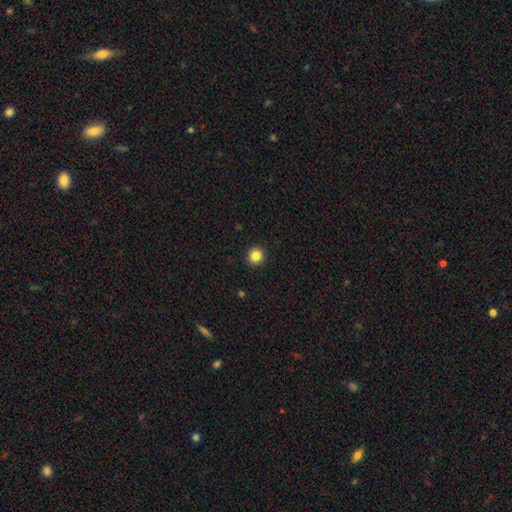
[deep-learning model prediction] Q: Smooth or featured?
A: smooth (85%); runner-up: star or artifact (11%)
Q: How rounded?
A: round (95%); runner-up: in between (4%)
Q: Merging?
A: none (94%); runner-up: minor disturbance (4%)